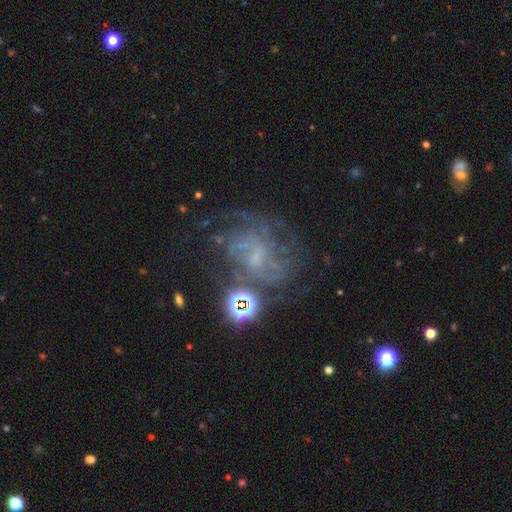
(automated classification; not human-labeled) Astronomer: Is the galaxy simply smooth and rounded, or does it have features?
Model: featured or disk — 69%.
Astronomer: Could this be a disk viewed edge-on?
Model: no — 97%.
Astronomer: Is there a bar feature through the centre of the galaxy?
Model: no — 56% (runner-up: weak, 36%).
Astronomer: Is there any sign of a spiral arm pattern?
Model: yes — 82%.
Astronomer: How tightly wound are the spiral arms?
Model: medium — 43% (runner-up: tight, 38%).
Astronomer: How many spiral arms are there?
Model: can't tell — 48%.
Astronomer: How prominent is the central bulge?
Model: small — 53%.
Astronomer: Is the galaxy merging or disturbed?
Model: none — 55%.